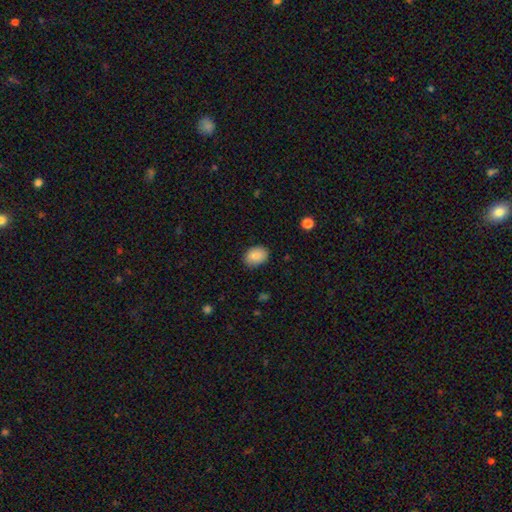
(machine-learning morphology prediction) A smooth galaxy with no disk features (89%) that is in between round and cigar-shaped (78%). Merging: none (85%).